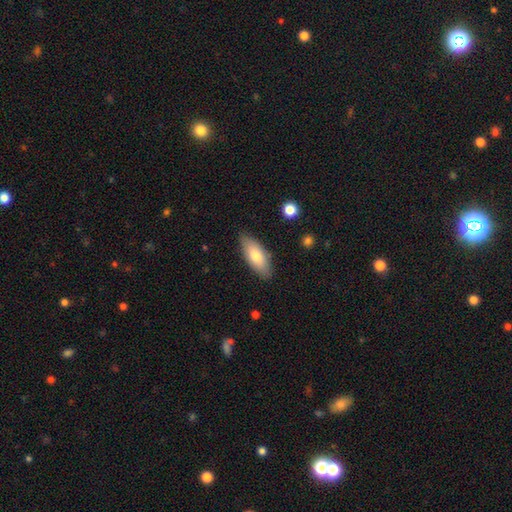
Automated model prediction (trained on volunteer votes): smooth 75%, featured or disk 20%, star or artifact 6%. Down the decision tree: how rounded — in between (78%); merging — none (84%).